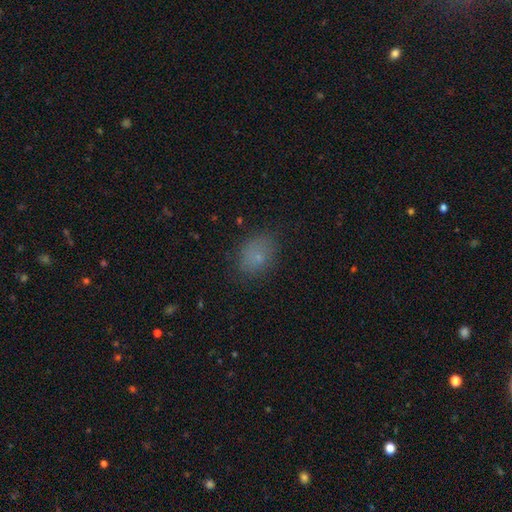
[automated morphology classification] This appears to be a smooth galaxy with no disk features (74%) that is in between round and cigar-shaped (62%). Merging: none (74%).